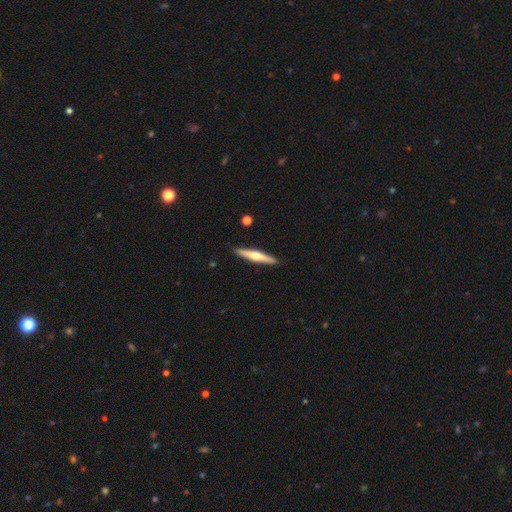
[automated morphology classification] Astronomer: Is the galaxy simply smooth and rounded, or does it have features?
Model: featured or disk — 57% (runner-up: smooth, 38%).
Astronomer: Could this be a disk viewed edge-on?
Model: yes — 97%.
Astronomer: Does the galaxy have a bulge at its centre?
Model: rounded — 88%.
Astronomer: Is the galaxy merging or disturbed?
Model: none — 91%.